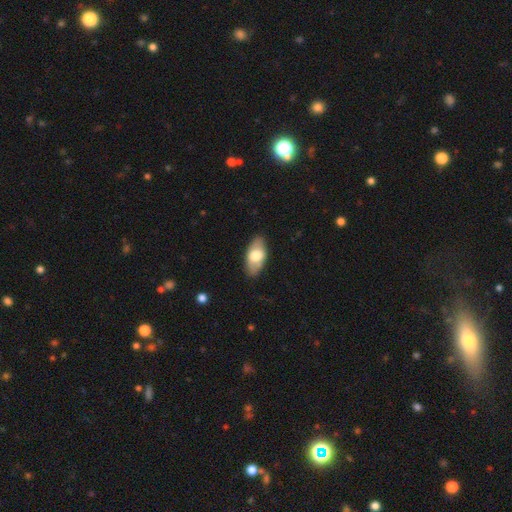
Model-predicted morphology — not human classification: The model was most divided on "smooth or featured": smooth: 68%, featured or disk: 26%, star or artifact: 6%. More confident: how rounded — in between (91%); merging — none (84%).